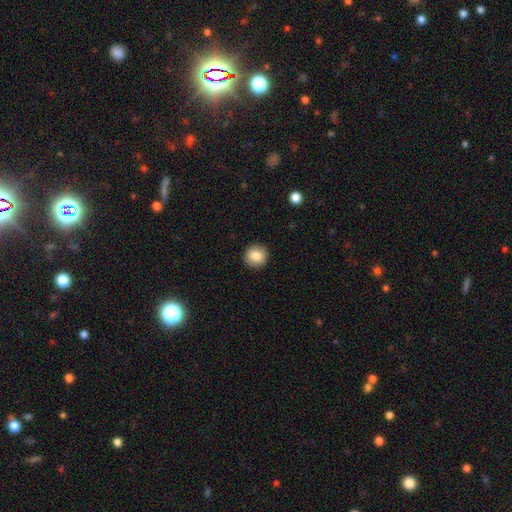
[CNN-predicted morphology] Overall: smooth (84%). How rounded: round (92%). Merging: none (91%).